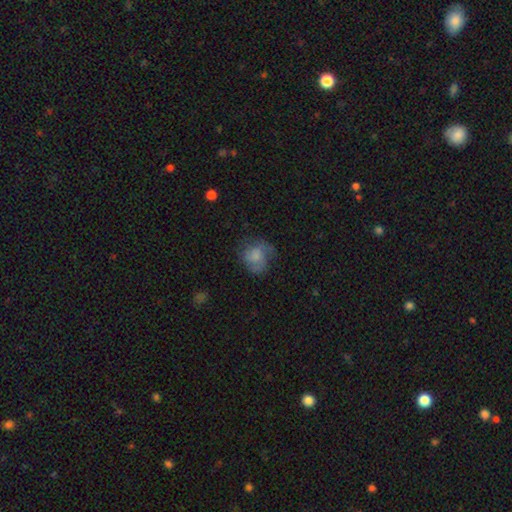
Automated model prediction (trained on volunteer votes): Overall: smooth (54%; featured or disk 36%). How rounded: round (67%; in between 32%). Merging: none (49%; minor disturbance 25%).